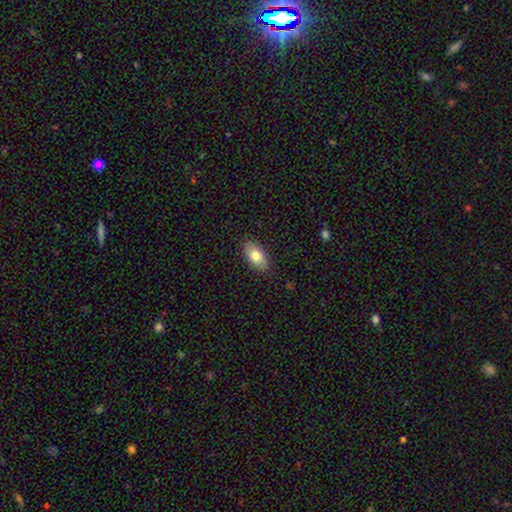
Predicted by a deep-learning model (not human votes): A smooth galaxy with no disk features (78%) that is in between round and cigar-shaped (91%). Merging: none (88%).